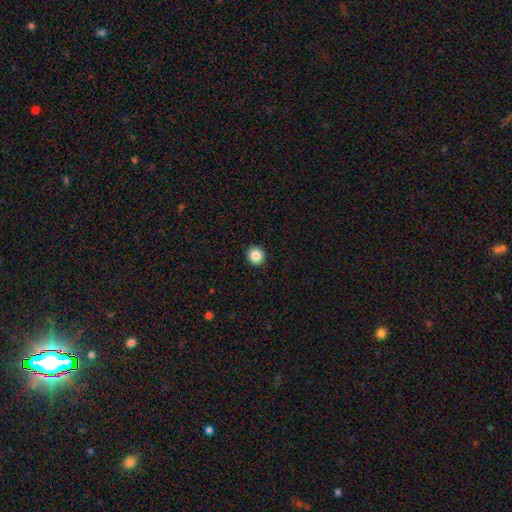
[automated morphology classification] smooth_or_featured: smooth (p=0.86) [alt: star or artifact p=0.10]
how_rounded: round (p=0.92) [alt: in between p=0.07]
merging: none (p=0.93) [alt: minor disturbance p=0.04]